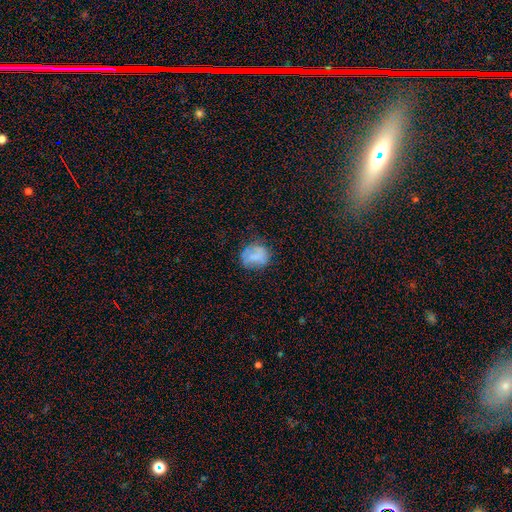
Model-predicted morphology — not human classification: Q: Smooth or featured?
A: smooth (66%); runner-up: featured or disk (23%)
Q: How rounded?
A: round (67%); runner-up: in between (32%)
Q: Merging?
A: none (61%); runner-up: minor disturbance (24%)